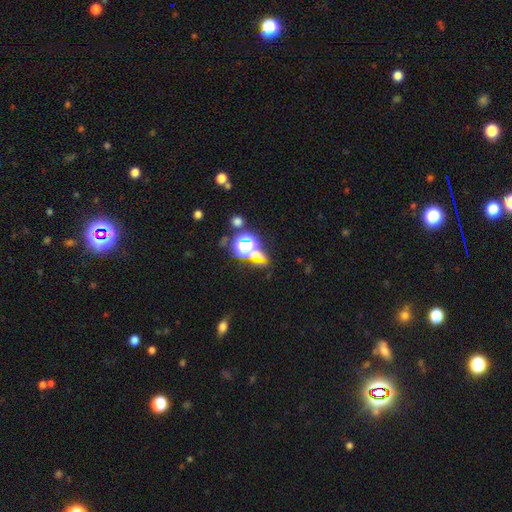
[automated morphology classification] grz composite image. It shows a star or artifact, not a galaxy (59%).